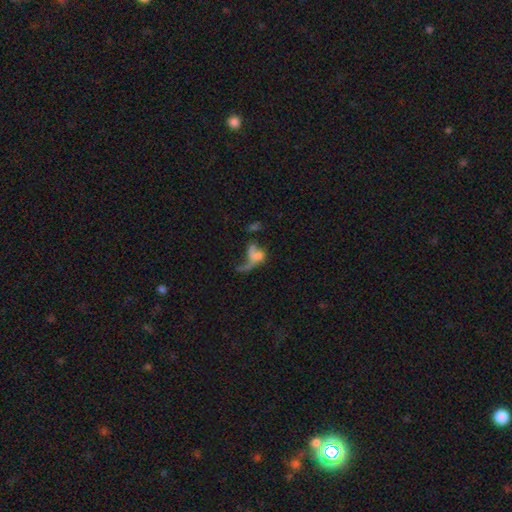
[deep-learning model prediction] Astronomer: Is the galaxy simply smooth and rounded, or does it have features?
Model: featured or disk — 45% (runner-up: smooth, 39%).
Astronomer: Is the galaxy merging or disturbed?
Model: major disturbance — 43% (runner-up: merger, 30%).